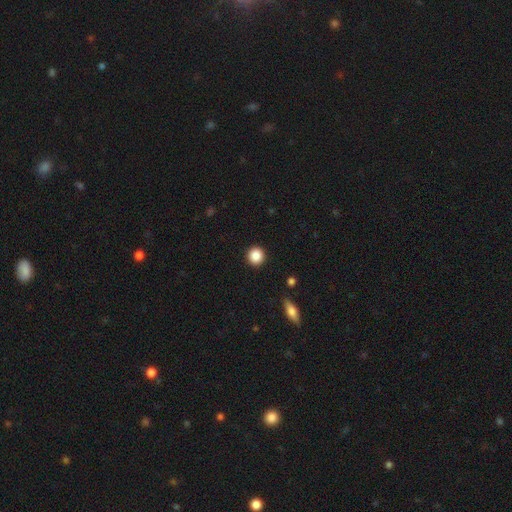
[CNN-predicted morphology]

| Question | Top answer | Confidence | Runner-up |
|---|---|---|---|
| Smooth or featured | smooth | 87% | star or artifact (9%) |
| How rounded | round | 94% | in between (5%) |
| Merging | none | 92% | minor disturbance (5%) |